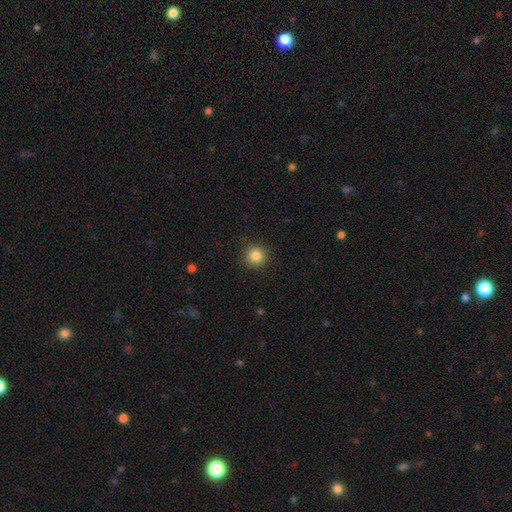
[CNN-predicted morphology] A smooth galaxy with no disk features (85%) that is round (94%).

Vote fractions:
- Smooth or featured? smooth: 85% / star or artifact: 11% / featured or disk: 4%
- How rounded? round: 94% / in between: 5% / cigar-shaped: 1%
- Merging? none: 90% / minor disturbance: 7% / major disturbance: 2% / merger: 1%